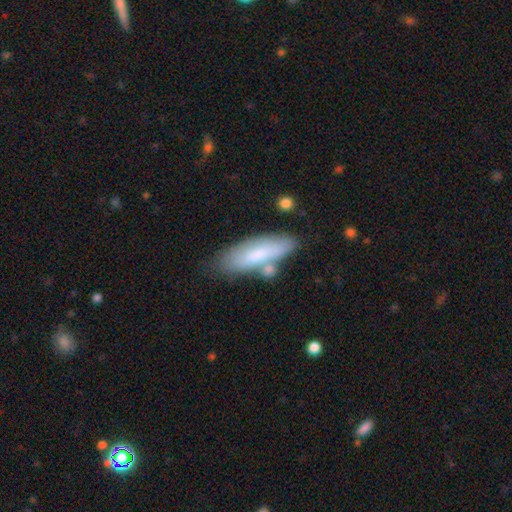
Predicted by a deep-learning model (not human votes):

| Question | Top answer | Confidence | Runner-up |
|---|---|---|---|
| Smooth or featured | smooth | 71% | featured or disk (22%) |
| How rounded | in between | 50% | cigar-shaped (48%) |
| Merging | none | 62% | minor disturbance (19%) |